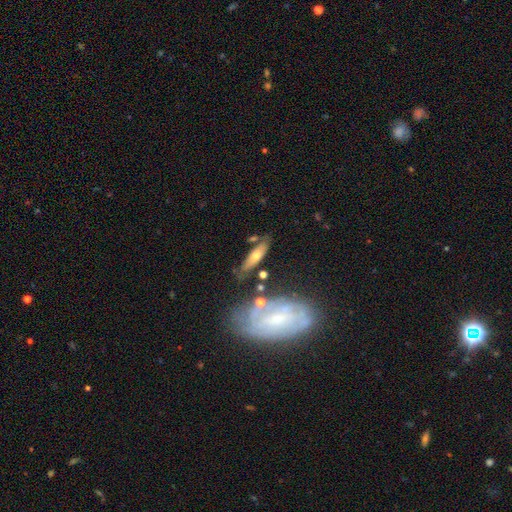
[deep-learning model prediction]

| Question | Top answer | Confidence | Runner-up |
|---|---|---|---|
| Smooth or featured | smooth | 51% | featured or disk (41%) |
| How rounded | cigar-shaped | 54% | in between (43%) |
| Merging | none | 68% | minor disturbance (17%) |